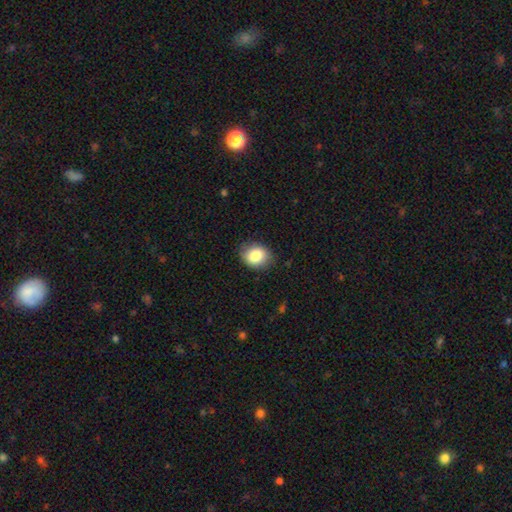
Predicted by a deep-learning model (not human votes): Smooth or featured?
  - smooth: 84% *
  - star or artifact: 9%
  - featured or disk: 7%
How rounded?
  - round: 57% *
  - in between: 42%
  - cigar-shaped: 1%
Merging?
  - none: 83% *
  - minor disturbance: 13%
  - major disturbance: 3%
  - merger: 1%